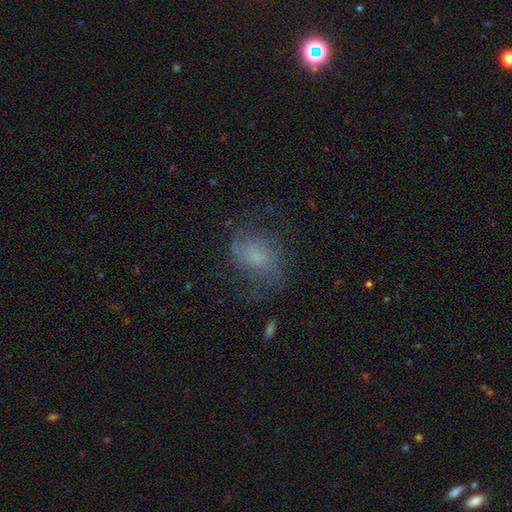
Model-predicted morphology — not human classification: type=featured or disk (51%); edge-on=no (97%); merging=none (58%).